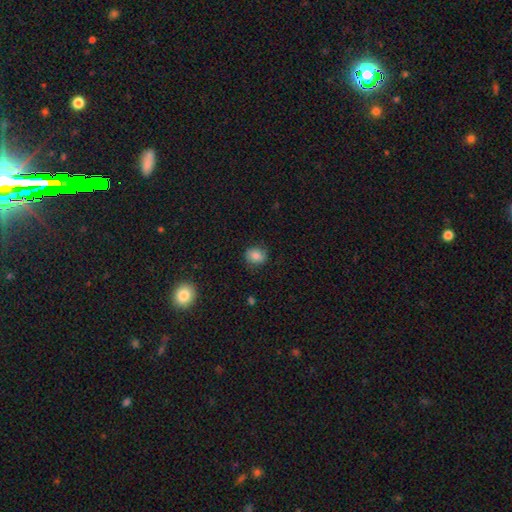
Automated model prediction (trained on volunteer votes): Smooth or featured? smooth (79%)
How rounded? round (66%)
Merging? none (80%)